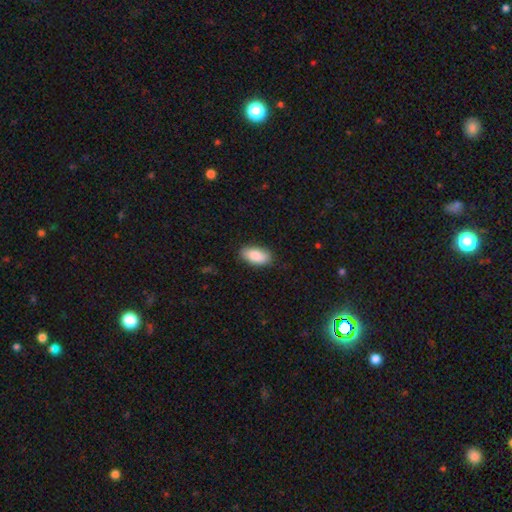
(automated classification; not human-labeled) Smooth or featured? smooth (88%)
How rounded? in between (92%)
Merging? none (83%)